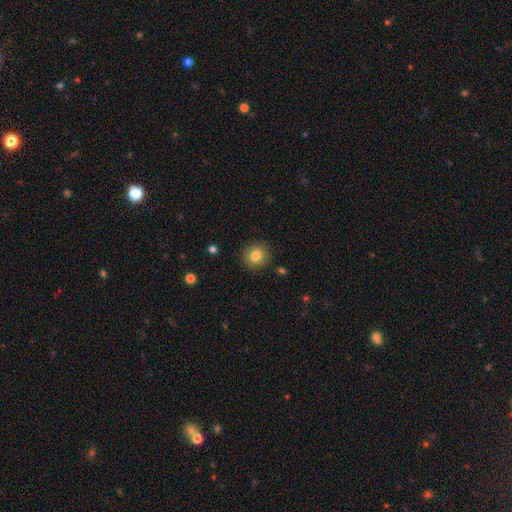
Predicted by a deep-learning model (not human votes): Smooth or featured: smooth — 81% (star or artifact — 10%)
How rounded: round — 80% (in between — 19%)
Merging: none — 89% (minor disturbance — 8%)